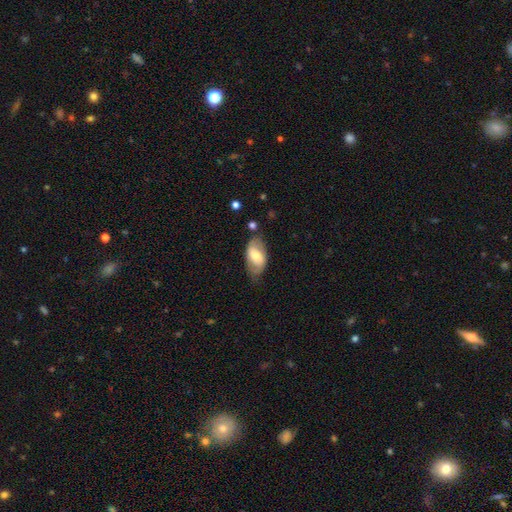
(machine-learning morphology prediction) The model was most divided on "smooth or featured": smooth: 55%, featured or disk: 38%, star or artifact: 6%. More confident: how rounded — in between (93%); merging — none (65%).